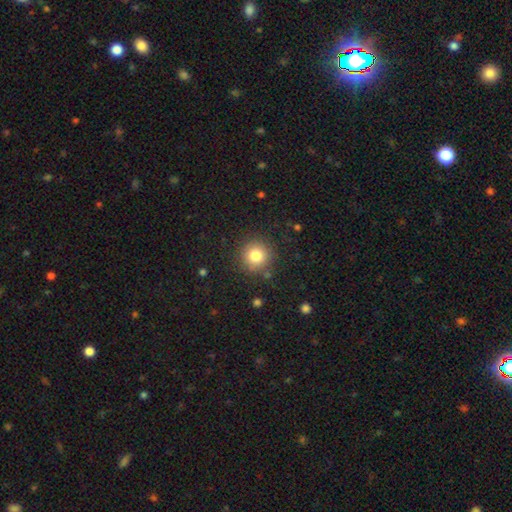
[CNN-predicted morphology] smooth 80%, star or artifact 12%, featured or disk 8%. Down the decision tree: how rounded — round (94%); merging — none (87%).